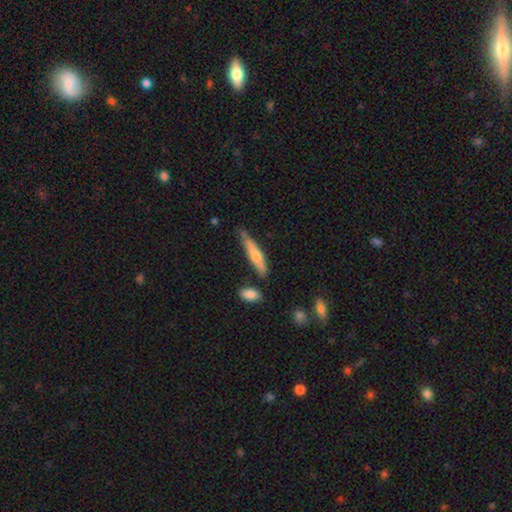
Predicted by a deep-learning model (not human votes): This is possibly a smooth galaxy (55%). How rounded: clearly cigar-shaped (86%). Merging: likely none (67%).